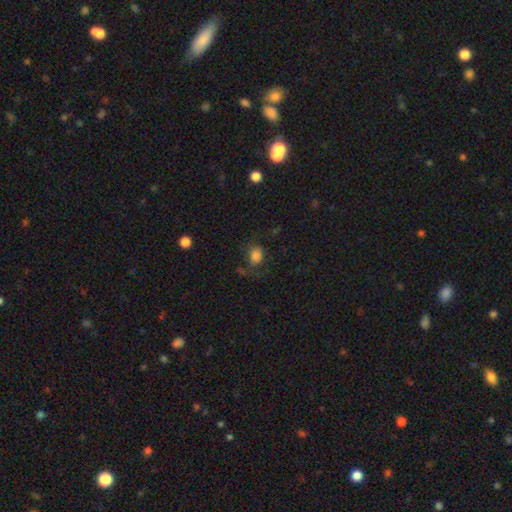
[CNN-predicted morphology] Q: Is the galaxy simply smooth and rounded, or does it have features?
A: smooth — 79%.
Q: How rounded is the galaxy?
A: round — 56%.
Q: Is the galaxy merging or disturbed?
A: none — 61%.